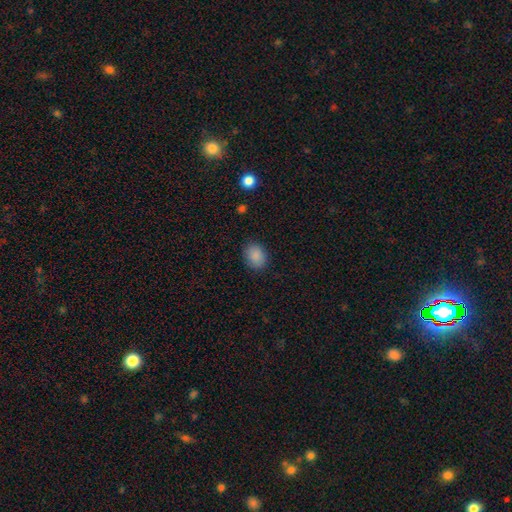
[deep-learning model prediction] Overall: smooth (88%). How rounded: in between (59%; round 40%). Merging: none (86%).